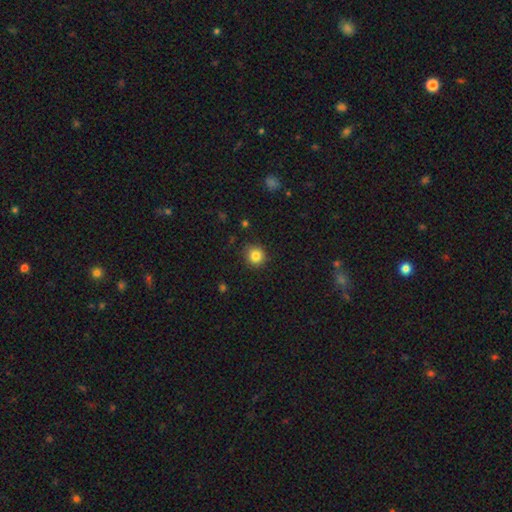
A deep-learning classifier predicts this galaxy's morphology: A smooth galaxy with no disk features (84%) that is round (90%). Merging: none (87%).